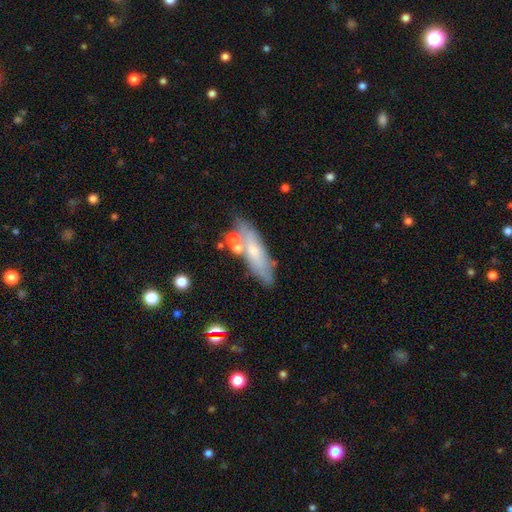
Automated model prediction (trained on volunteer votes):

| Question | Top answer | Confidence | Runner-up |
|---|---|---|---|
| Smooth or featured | featured or disk | 46% | smooth (44%) |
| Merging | none | 68% | minor disturbance (17%) |